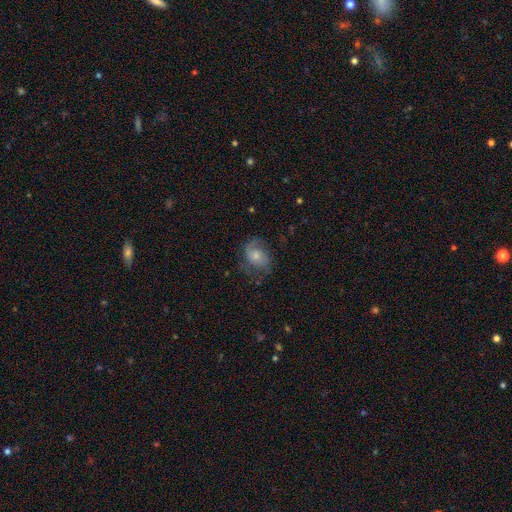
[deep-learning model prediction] Morphology: type=featured or disk (62%); edge-on=no (97%); bar=no (70%); spiral arms=yes (89%); winding=medium (45%); arm count=2 (61%); bulge=moderate (50%); merging=none (64%).